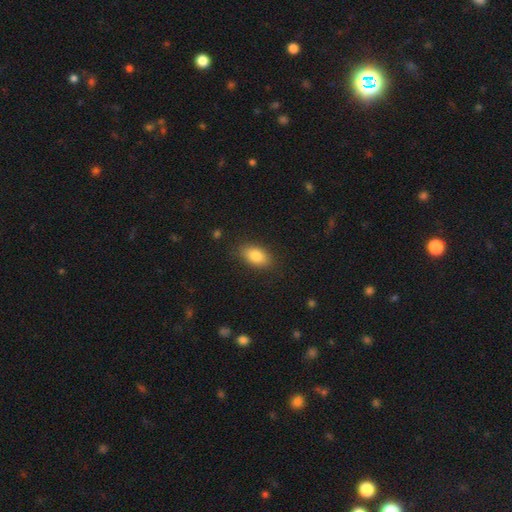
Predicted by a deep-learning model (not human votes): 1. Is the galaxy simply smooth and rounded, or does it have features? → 86% smooth, 7% star or artifact, 7% featured or disk.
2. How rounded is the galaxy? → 90% in between, 7% round, 3% cigar-shaped.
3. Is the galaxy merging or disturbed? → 85% none, 11% minor disturbance, 3% major disturbance, 1% merger.